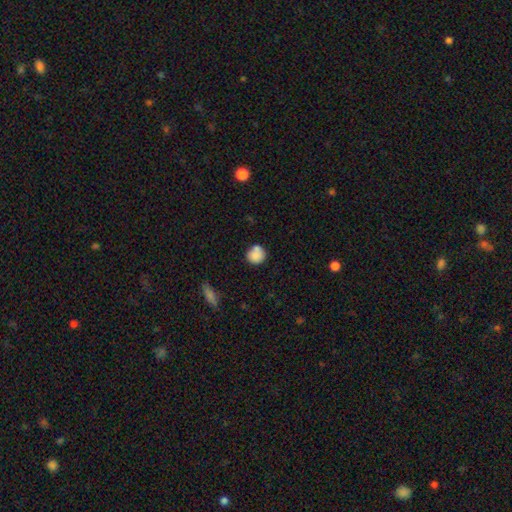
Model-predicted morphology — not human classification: Q: Smooth or featured?
A: smooth (83%); runner-up: star or artifact (8%)
Q: How rounded?
A: round (87%); runner-up: in between (12%)
Q: Merging?
A: none (63%); runner-up: merger (17%)